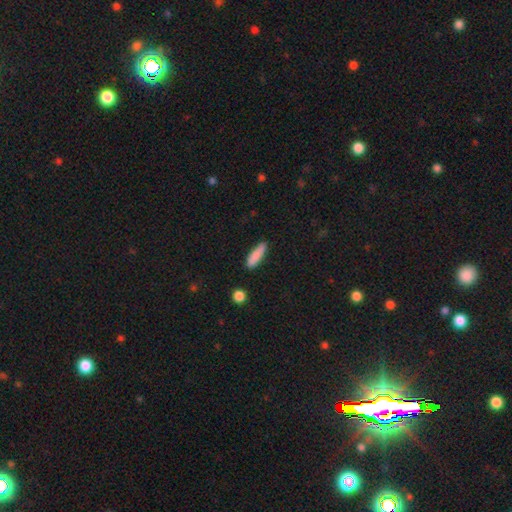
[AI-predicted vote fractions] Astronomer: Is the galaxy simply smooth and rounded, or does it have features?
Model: smooth — 86%.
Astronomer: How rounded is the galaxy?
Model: cigar-shaped — 63%.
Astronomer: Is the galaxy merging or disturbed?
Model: none — 85%.